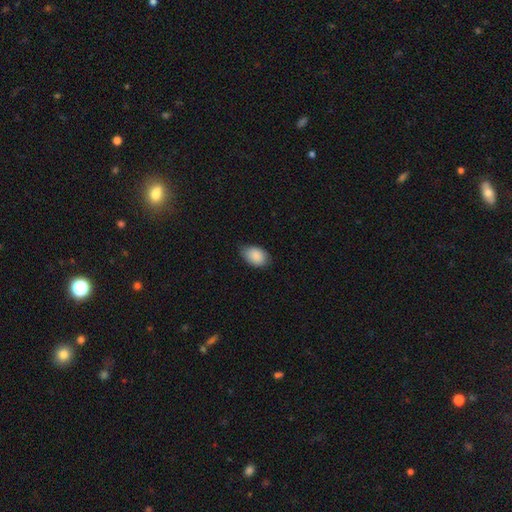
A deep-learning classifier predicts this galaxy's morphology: This appears to be a smooth galaxy with no disk features (89%) that is in between round and cigar-shaped (88%). Merging: none (73%).